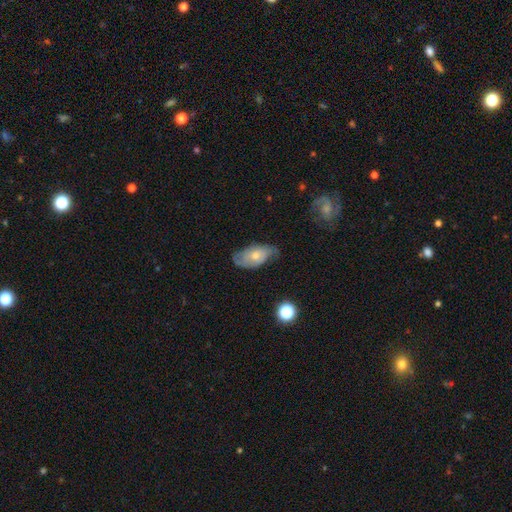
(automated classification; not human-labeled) A featured or disk galaxy (47%). Merging: none (48%).